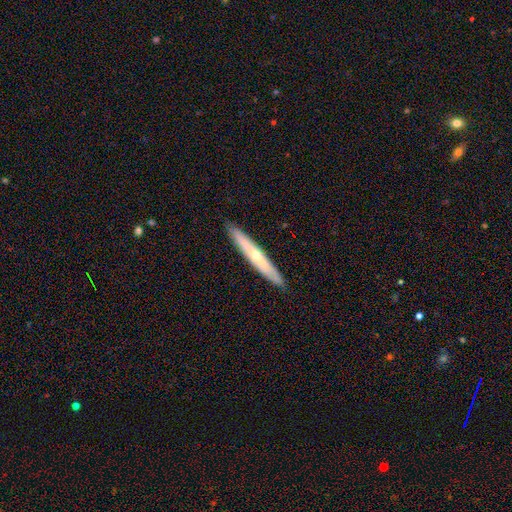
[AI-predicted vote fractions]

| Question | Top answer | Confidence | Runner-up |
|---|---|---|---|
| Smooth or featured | featured or disk | 49% | smooth (45%) |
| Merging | none | 90% | minor disturbance (7%) |